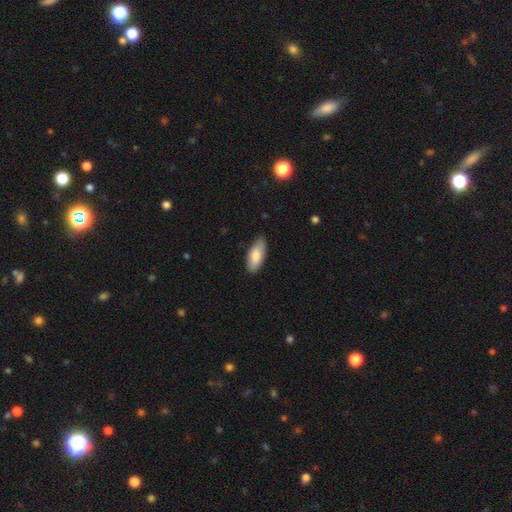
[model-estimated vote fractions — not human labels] Smooth or featured?
  - smooth: 80% *
  - featured or disk: 15%
  - star or artifact: 5%
How rounded?
  - in between: 87% *
  - cigar-shaped: 11%
  - round: 2%
Merging?
  - none: 81% *
  - minor disturbance: 16%
  - major disturbance: 2%
  - merger: 1%